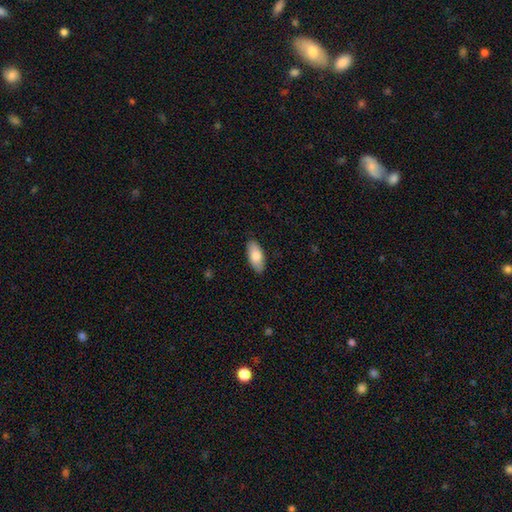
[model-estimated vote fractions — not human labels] A smooth galaxy with no disk features (80%) that is in between round and cigar-shaped (87%). Merging: none (88%).